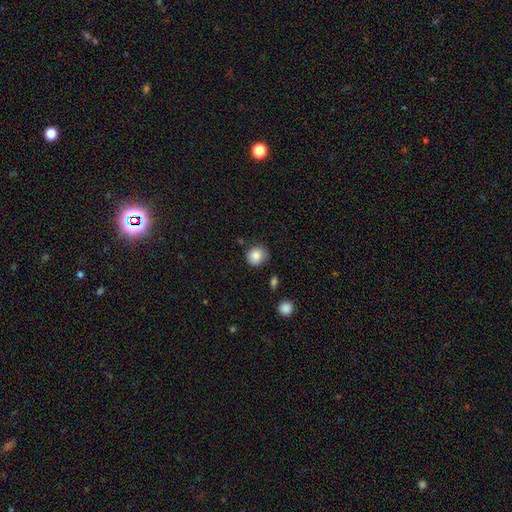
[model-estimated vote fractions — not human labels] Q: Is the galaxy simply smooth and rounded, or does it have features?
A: smooth — 86%.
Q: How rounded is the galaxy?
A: round — 78%.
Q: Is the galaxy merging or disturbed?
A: none — 73%.